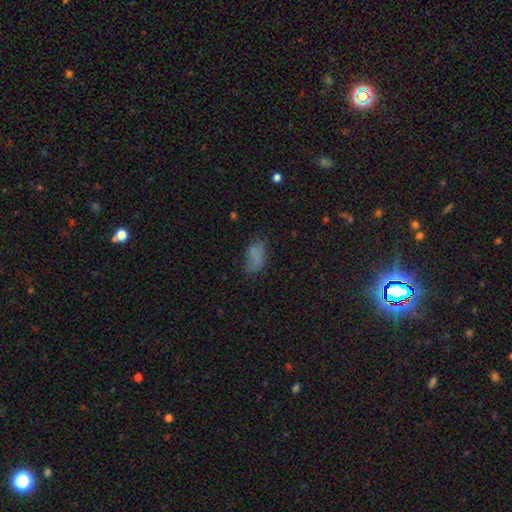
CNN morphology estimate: Smooth or featured?
  - smooth: 75% *
  - star or artifact: 14%
  - featured or disk: 11%
How rounded?
  - in between: 92% *
  - round: 5%
  - cigar-shaped: 4%
Merging?
  - none: 56% *
  - minor disturbance: 27%
  - major disturbance: 14%
  - merger: 3%